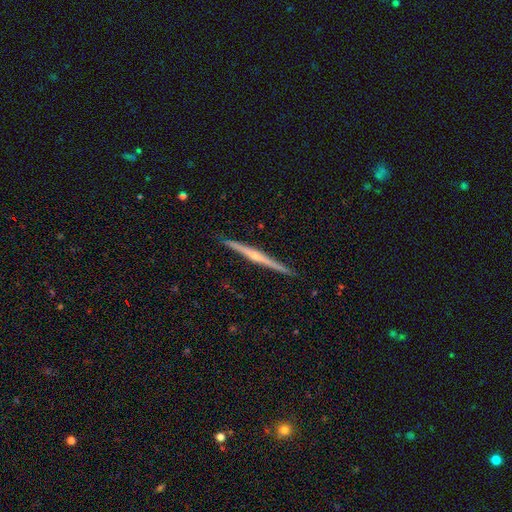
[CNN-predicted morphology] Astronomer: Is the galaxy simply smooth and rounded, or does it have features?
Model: featured or disk — 81%.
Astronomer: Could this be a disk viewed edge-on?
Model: yes — 99%.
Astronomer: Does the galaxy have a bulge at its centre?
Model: rounded — 76%.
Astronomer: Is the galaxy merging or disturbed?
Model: none — 92%.